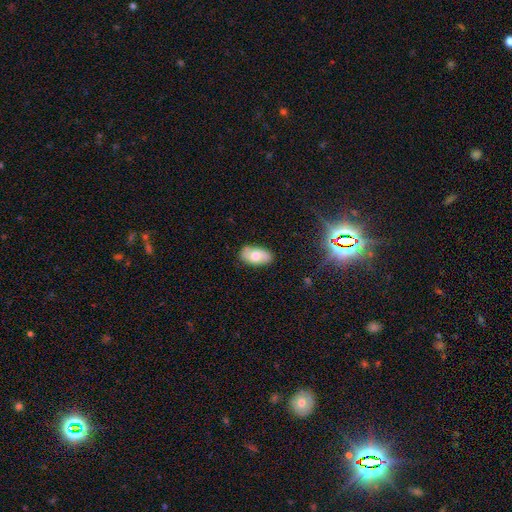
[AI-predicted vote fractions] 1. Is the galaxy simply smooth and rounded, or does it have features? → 65% smooth, 27% featured or disk, 8% star or artifact.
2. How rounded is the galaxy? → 94% in between, 4% round, 2% cigar-shaped.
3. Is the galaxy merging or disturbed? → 81% none, 15% minor disturbance, 3% major disturbance, 1% merger.